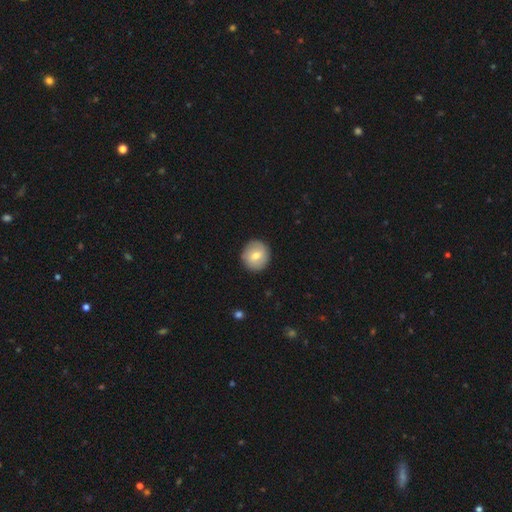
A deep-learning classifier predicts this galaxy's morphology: smooth 68%, featured or disk 25%, star or artifact 7%. Down the decision tree: how rounded — round (92%); merging — none (90%).